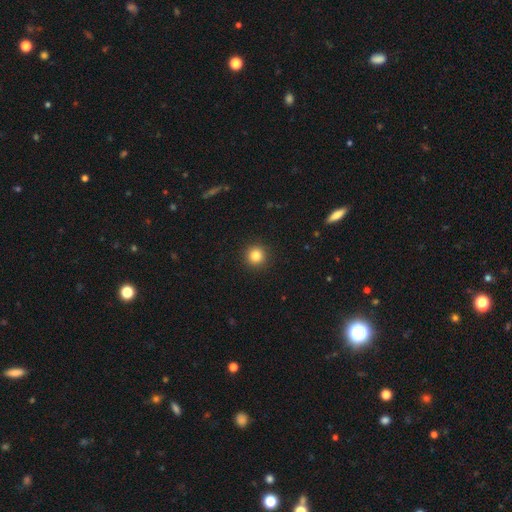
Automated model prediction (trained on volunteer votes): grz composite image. It shows a smooth galaxy with no disk features (84%) that is round (95%). Merging: none (93%).